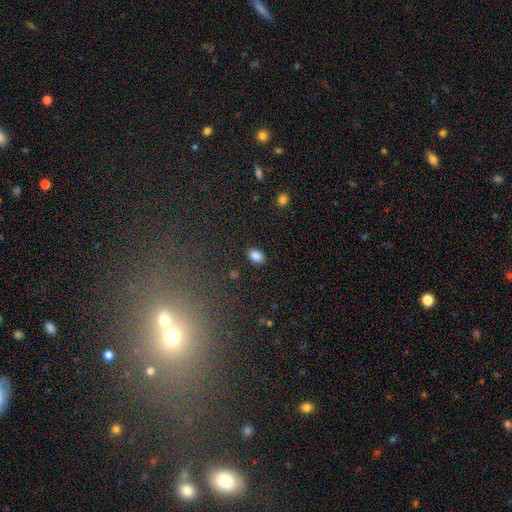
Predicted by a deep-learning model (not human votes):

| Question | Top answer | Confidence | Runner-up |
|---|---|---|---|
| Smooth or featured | smooth | 86% | star or artifact (9%) |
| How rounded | in between | 85% | round (14%) |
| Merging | none | 87% | minor disturbance (9%) |